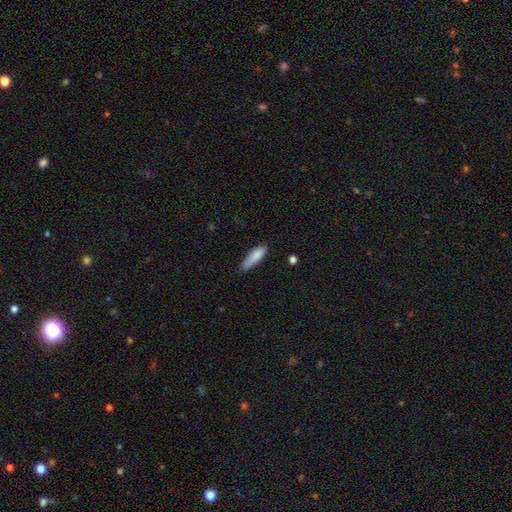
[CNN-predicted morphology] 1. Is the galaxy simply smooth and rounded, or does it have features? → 82% smooth, 11% featured or disk, 7% star or artifact.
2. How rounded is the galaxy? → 58% cigar-shaped, 40% in between, 2% round.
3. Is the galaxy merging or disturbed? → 55% none, 35% minor disturbance, 7% major disturbance, 3% merger.